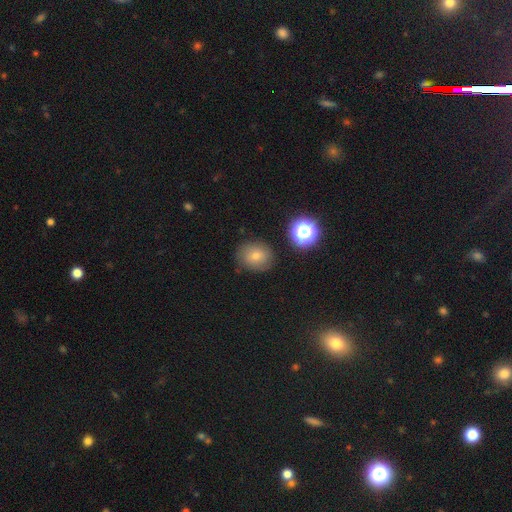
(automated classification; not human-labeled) smooth 67%, star or artifact 17%, featured or disk 15%. Down the decision tree: how rounded — round (69%); merging — none (83%).